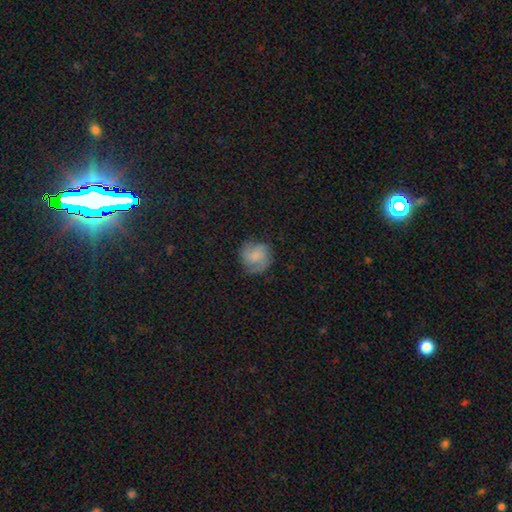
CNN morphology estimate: Smooth or featured? smooth (62%)
How rounded? round (86%)
Merging? none (71%)